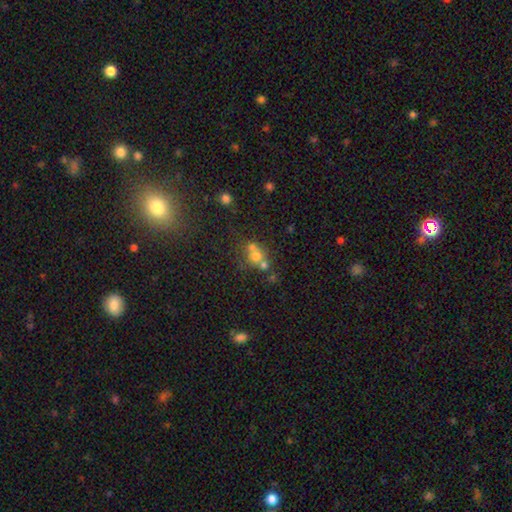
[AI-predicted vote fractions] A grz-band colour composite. It shows a smooth galaxy with no disk features (62%) that is round (78%). Merging: merger (49%).